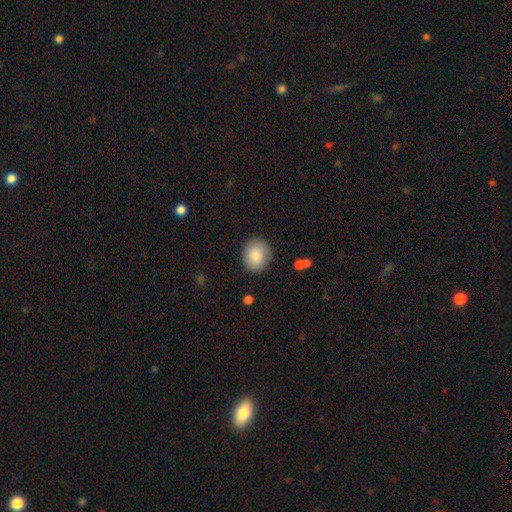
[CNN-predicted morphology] Smooth or featured? Predicted: smooth (p=0.85). How rounded? Predicted: round (p=0.78). Merging? Predicted: none (p=0.87).